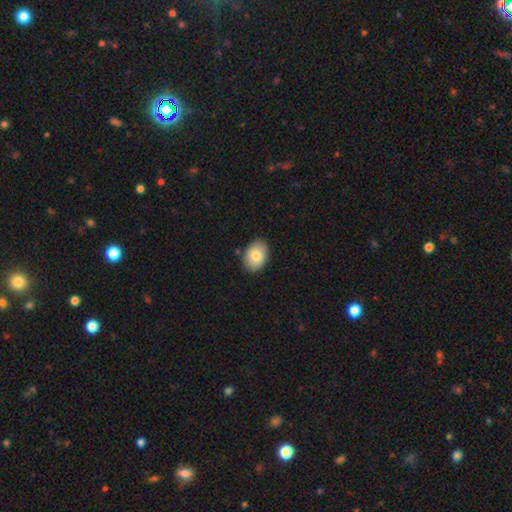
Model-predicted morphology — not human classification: Smooth or featured? smooth (81%)
How rounded? in between (79%)
Merging? none (87%)